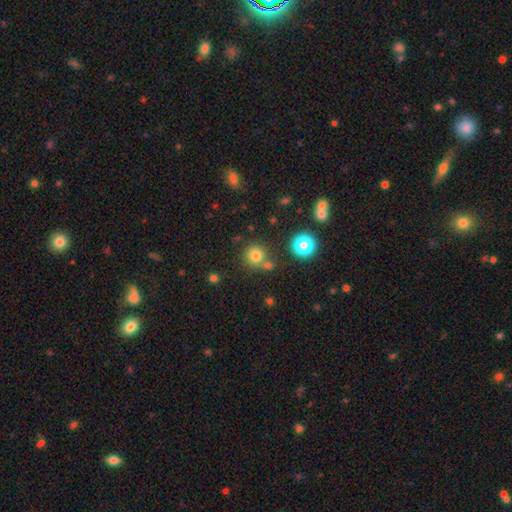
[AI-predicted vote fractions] Smooth or featured? smooth (77%)
How rounded? round (92%)
Merging? none (70%)